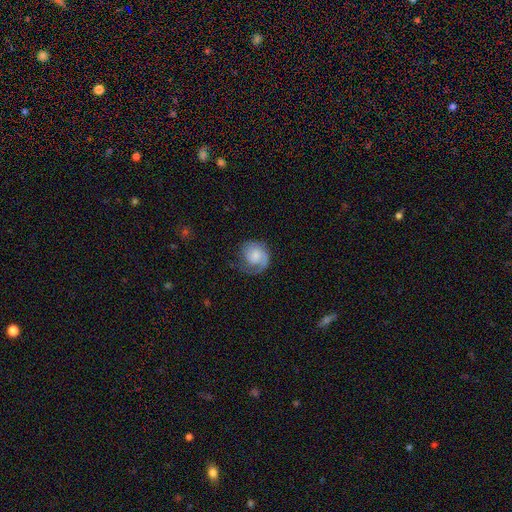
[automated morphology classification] A featured or disk galaxy (64%) with no bar (62%), 1 (61%) tight (42%) spiral arms (92%) and a small central bulge (40%). Merging: none (58%).